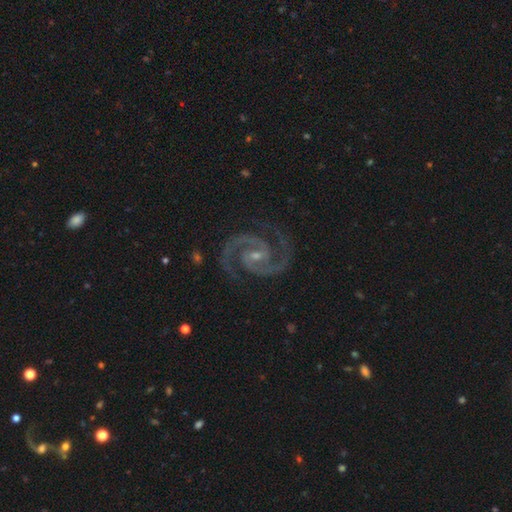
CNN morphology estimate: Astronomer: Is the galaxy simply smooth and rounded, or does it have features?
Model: featured or disk — 95%.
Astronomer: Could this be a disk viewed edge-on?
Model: no — 98%.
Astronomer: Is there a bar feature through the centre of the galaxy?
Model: weak — 46% (runner-up: no, 33%).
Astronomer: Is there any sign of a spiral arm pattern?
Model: yes — 99%.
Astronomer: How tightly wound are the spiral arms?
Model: medium — 58% (runner-up: tight, 36%).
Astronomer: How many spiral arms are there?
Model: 2 — 94%.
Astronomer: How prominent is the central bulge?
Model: small — 63%.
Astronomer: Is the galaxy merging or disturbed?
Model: none — 85%.